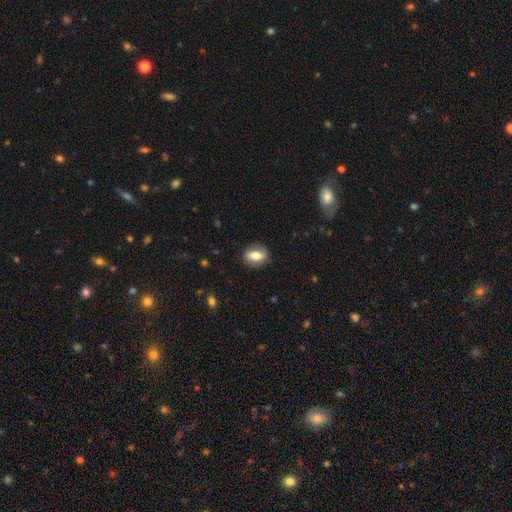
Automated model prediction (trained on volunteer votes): Smooth or featured?
  - smooth: 75% *
  - featured or disk: 17%
  - star or artifact: 8%
How rounded?
  - in between: 70% *
  - round: 28%
  - cigar-shaped: 2%
Merging?
  - none: 87% *
  - minor disturbance: 10%
  - major disturbance: 3%
  - merger: 1%